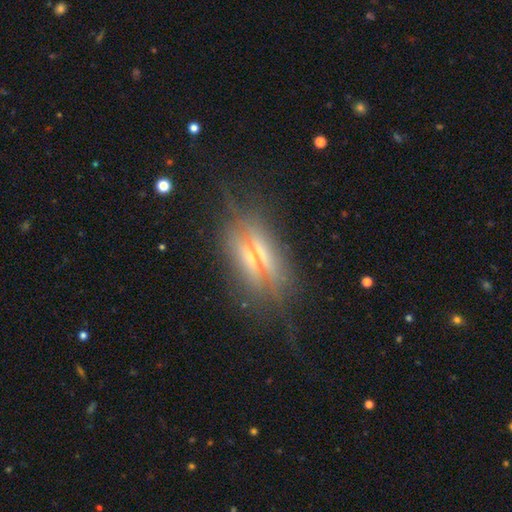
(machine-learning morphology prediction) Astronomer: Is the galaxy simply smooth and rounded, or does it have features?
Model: featured or disk — 65%.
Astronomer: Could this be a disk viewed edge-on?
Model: yes — 76%.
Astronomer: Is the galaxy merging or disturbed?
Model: none — 58%.